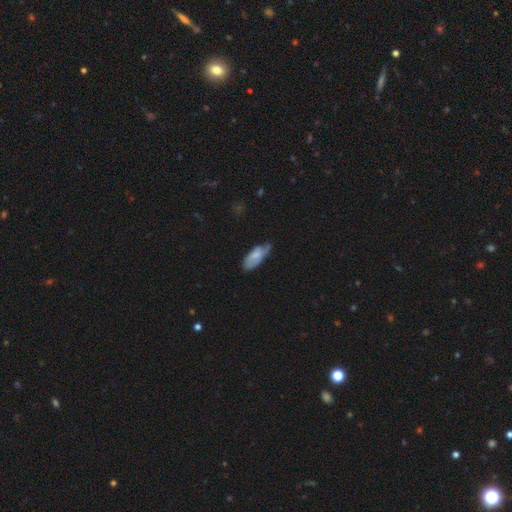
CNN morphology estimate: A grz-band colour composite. It shows a smooth galaxy with no disk features (67%) that is in between round and cigar-shaped (83%). Merging: none (47%).